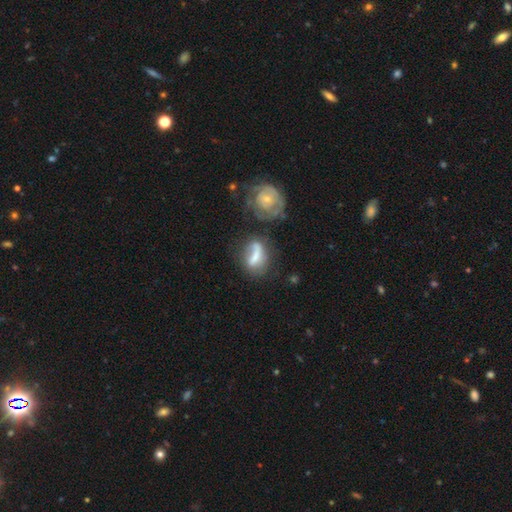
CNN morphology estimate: Smooth or featured? smooth (52%)
How rounded? in between (66%)
Merging? none (42%)